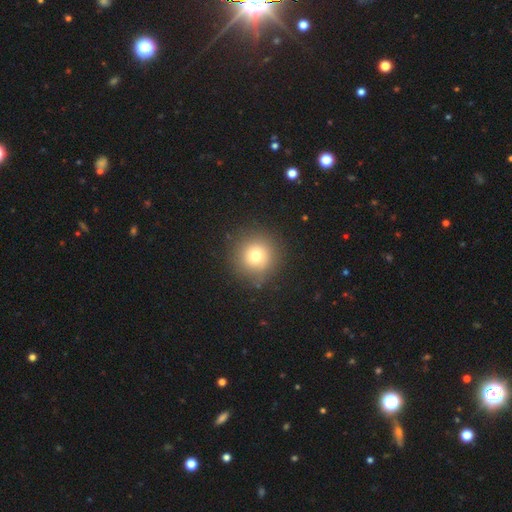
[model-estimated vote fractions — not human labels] A smooth galaxy with no disk features (75%) that is round (95%).

Vote fractions:
- Smooth or featured? smooth: 75% / star or artifact: 14% / featured or disk: 12%
- How rounded? round: 95% / in between: 4% / cigar-shaped: 1%
- Merging? none: 86% / minor disturbance: 9% / major disturbance: 3% / merger: 1%